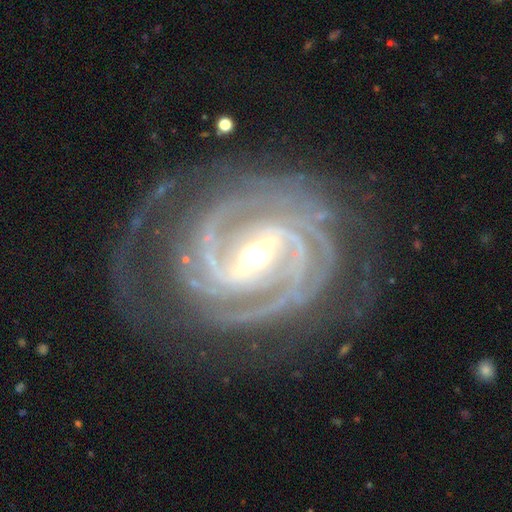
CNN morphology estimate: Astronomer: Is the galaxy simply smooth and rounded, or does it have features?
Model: featured or disk — 93%.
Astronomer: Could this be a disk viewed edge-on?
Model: no — 97%.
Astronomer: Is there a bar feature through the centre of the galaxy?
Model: strong — 62%.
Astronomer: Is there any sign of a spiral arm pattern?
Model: yes — 98%.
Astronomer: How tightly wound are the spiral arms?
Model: tight — 71%.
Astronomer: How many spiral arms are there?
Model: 2 — 32% (runner-up: 3, 27%).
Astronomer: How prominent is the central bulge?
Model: moderate — 59%.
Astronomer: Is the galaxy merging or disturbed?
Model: none — 68%.